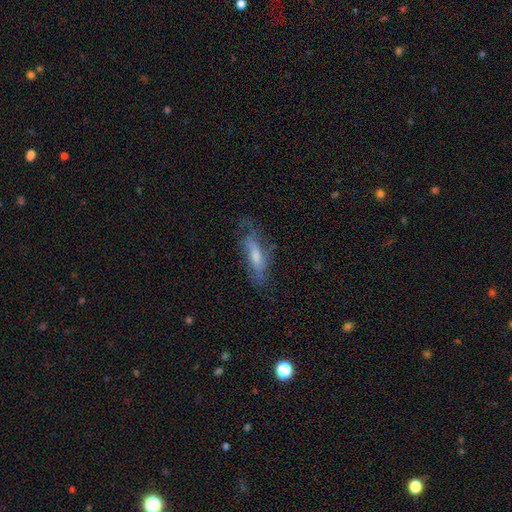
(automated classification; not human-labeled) Smooth or featured: featured or disk — 55% (smooth — 36%)
Edge-on disk: no — 62% (yes — 38%)
Merging: none — 58% (minor disturbance — 25%)